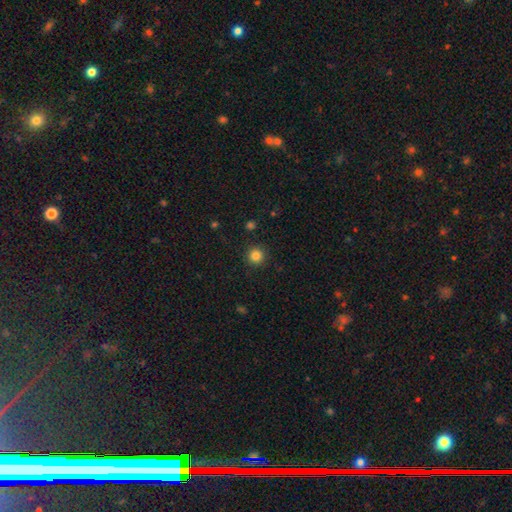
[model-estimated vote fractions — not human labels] smooth 84%, star or artifact 12%, featured or disk 4%. Down the decision tree: how rounded — round (95%); merging — none (91%).